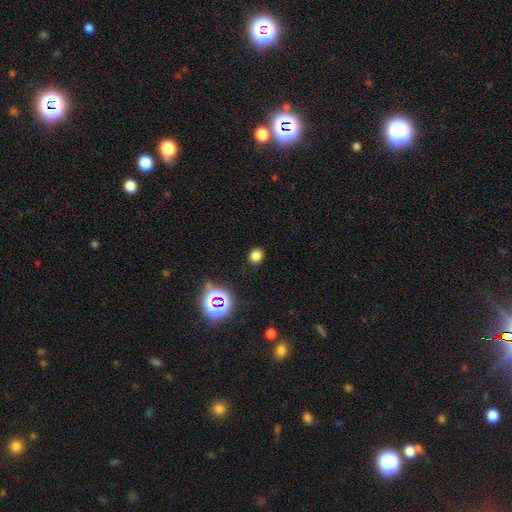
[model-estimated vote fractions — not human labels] A smooth galaxy with no disk features (76%) that is round (78%). Merging: none (89%).